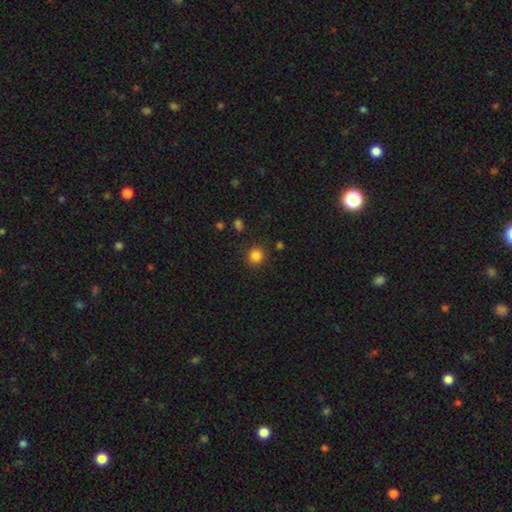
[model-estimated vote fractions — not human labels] A smooth galaxy with no disk features (84%) that is round (89%).

Vote fractions:
- Smooth or featured? smooth: 84% / star or artifact: 12% / featured or disk: 4%
- How rounded? round: 89% / in between: 10% / cigar-shaped: 1%
- Merging? none: 87% / minor disturbance: 8% / major disturbance: 3% / merger: 2%